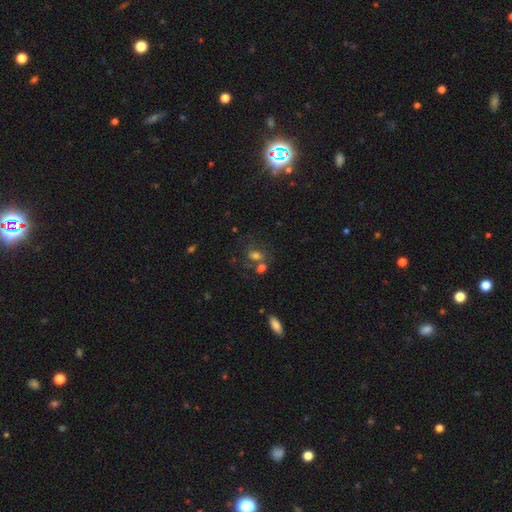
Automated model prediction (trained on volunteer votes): Smooth or featured: smooth — 62% (featured or disk — 23%)
How rounded: in between — 65% (round — 32%)
Merging: none — 43% (merger — 31%)